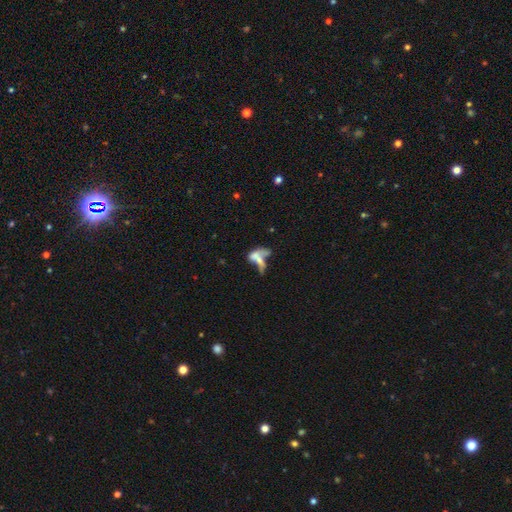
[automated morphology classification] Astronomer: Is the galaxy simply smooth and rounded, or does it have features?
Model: smooth — 47% (runner-up: featured or disk, 40%).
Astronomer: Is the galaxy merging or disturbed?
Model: merger — 54%.